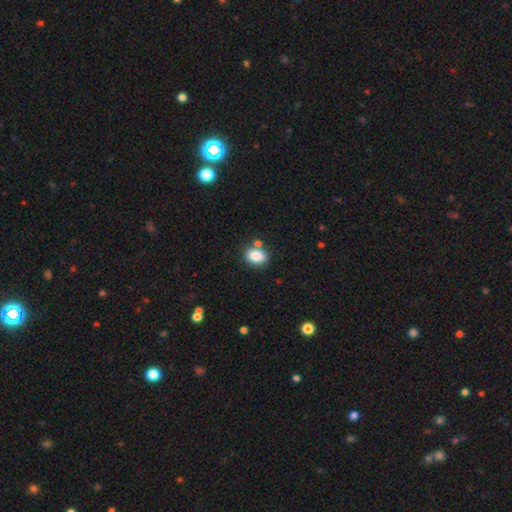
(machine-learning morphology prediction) Smooth or featured? Predicted: smooth (p=0.86). How rounded? Predicted: in between (p=0.73). Merging? Predicted: none (p=0.72).